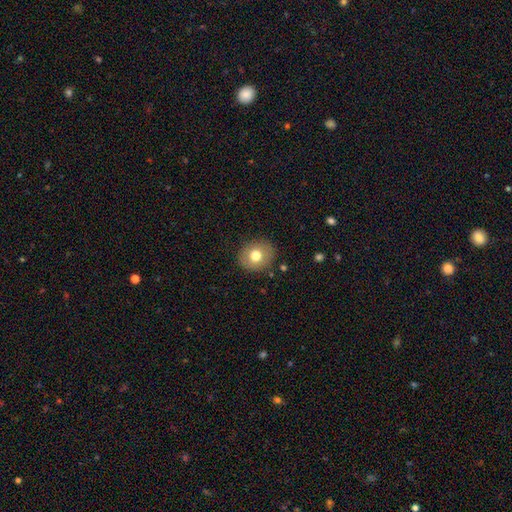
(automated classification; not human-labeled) A smooth galaxy with no disk features (74%) that is round (75%). Merging: none (88%).